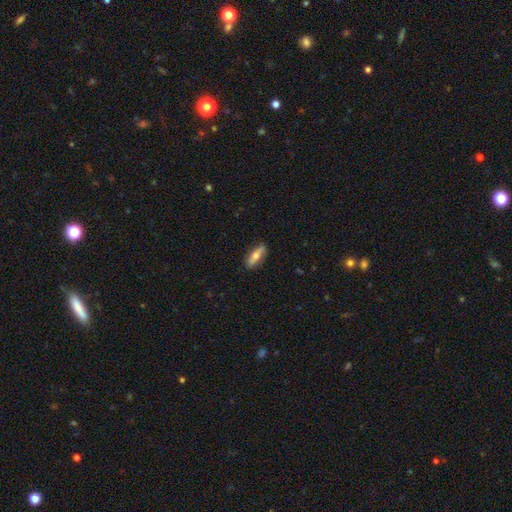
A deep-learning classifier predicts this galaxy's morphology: Smooth or featured? smooth (57%)
How rounded? cigar-shaped (50%)
Merging? none (86%)